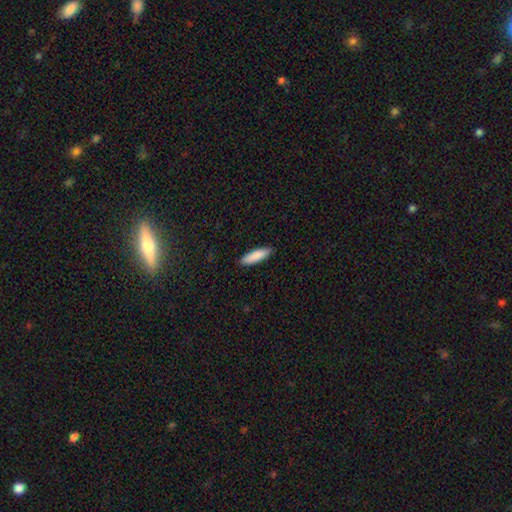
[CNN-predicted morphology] Smooth or featured? smooth (88%)
How rounded? cigar-shaped (64%)
Merging? none (90%)